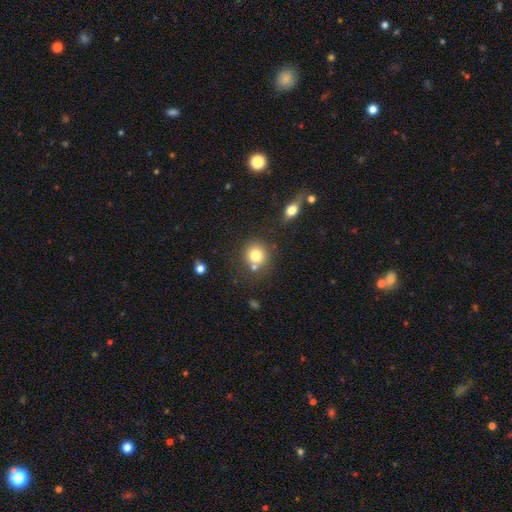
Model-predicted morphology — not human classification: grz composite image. It shows a smooth galaxy with no disk features (79%) that is round (87%). Merging: none (70%).